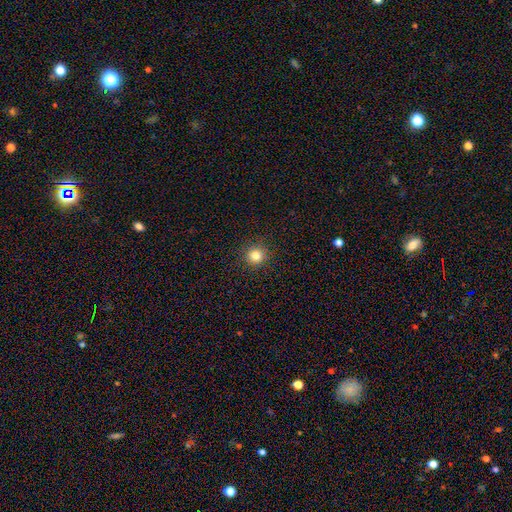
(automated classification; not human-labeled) smooth 82%, star or artifact 13%, featured or disk 5%. Down the decision tree: how rounded — round (94%); merging — none (92%).